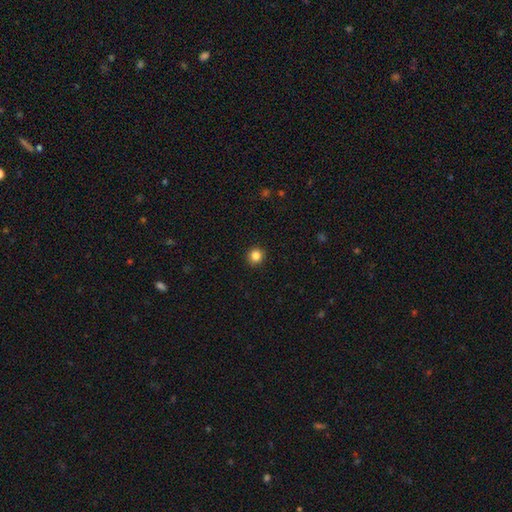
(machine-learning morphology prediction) A smooth galaxy with no disk features (84%) that is round (93%).

Vote fractions:
- Smooth or featured? smooth: 84% / star or artifact: 11% / featured or disk: 4%
- How rounded? round: 93% / in between: 6% / cigar-shaped: 1%
- Merging? none: 93% / minor disturbance: 4% / major disturbance: 2% / merger: 1%